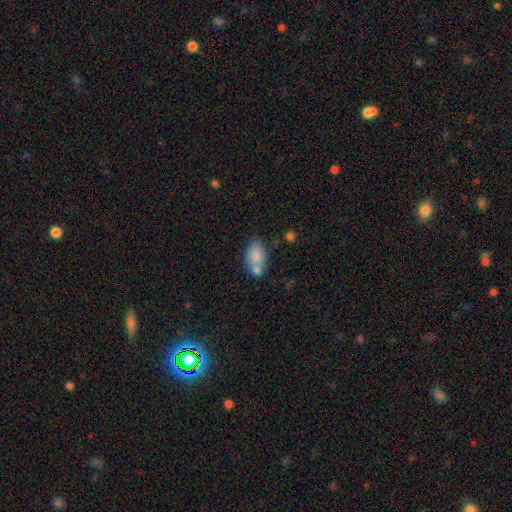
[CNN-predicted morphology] A smooth galaxy with no disk features (82%) that is in between round and cigar-shaped (88%). Merging: none (51%).